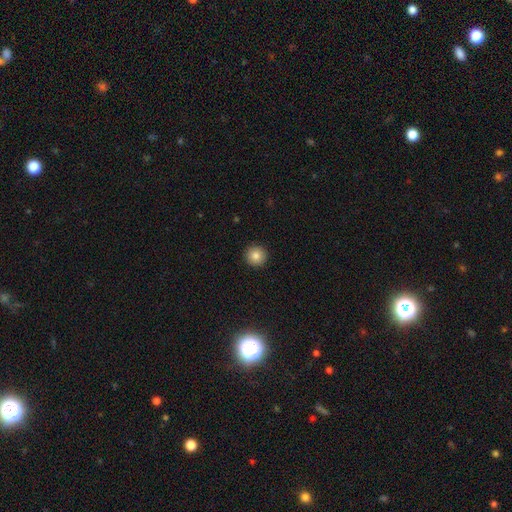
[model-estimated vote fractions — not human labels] This appears to be a smooth galaxy with no disk features (83%) that is round (96%). Merging: none (93%).